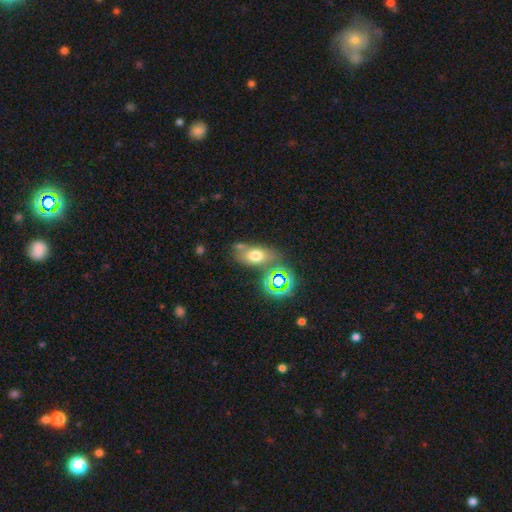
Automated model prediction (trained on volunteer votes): Overall: smooth (62%). How rounded: in between (77%). Merging: none (56%; merger 20%).